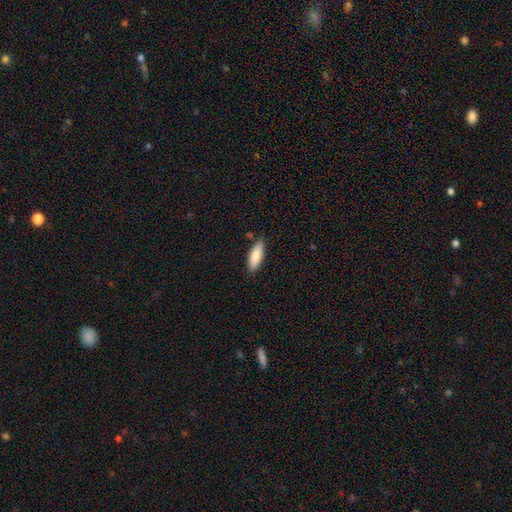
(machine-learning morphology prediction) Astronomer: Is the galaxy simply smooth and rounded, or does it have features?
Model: smooth — 84%.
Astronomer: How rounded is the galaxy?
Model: in between — 55% (runner-up: cigar-shaped, 43%).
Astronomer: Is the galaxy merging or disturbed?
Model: none — 80%.